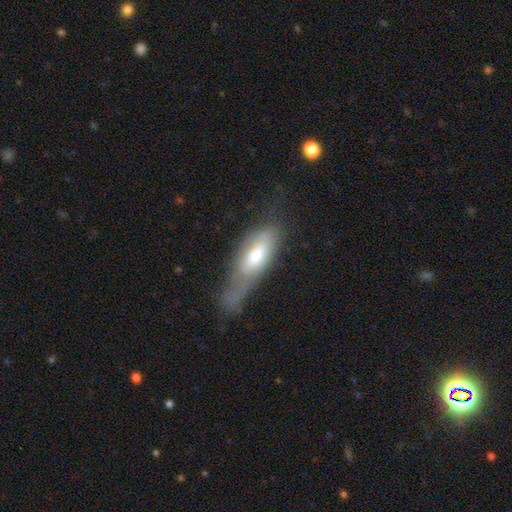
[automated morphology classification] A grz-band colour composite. It shows a smooth galaxy with no disk features (58%) that is in between round and cigar-shaped (70%). Merging: major disturbance (36%).